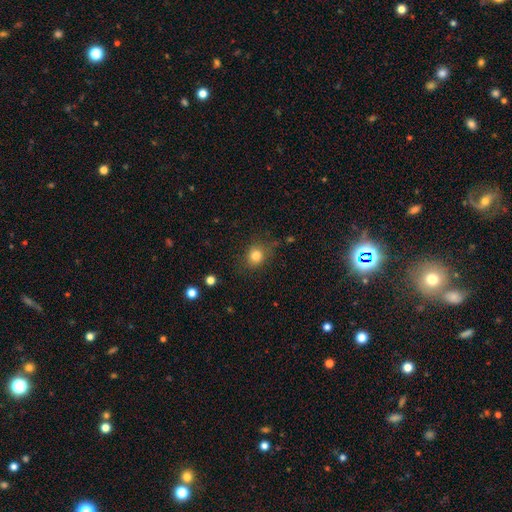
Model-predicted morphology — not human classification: A smooth galaxy with no disk features (81%) that is round (73%).

Vote fractions:
- Smooth or featured? smooth: 81% / star or artifact: 12% / featured or disk: 7%
- How rounded? round: 73% / in between: 26% / cigar-shaped: 1%
- Merging? none: 76% / minor disturbance: 16% / major disturbance: 6% / merger: 2%